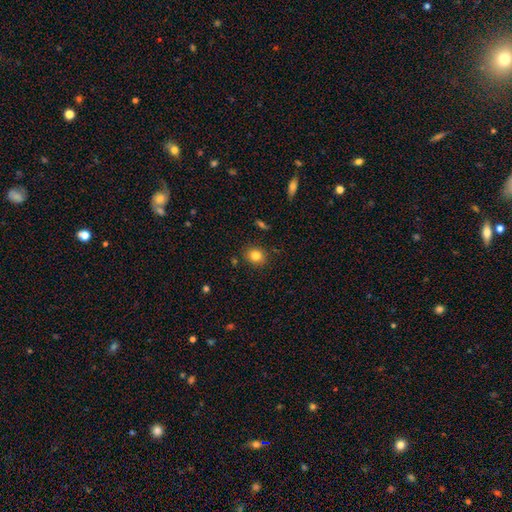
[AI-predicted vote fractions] A smooth galaxy with no disk features (82%) that is round (70%). Merging: none (87%).